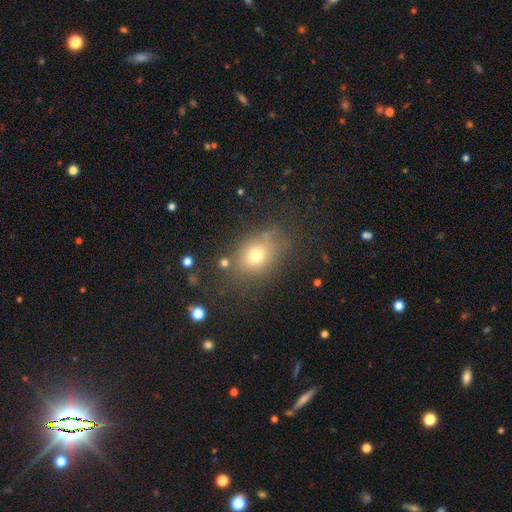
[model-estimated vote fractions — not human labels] This appears to be a smooth galaxy with no disk features (70%) that is in between round and cigar-shaped (64%). Merging: none (74%).